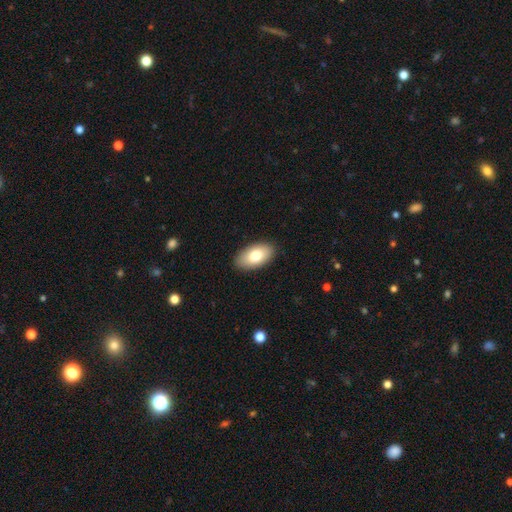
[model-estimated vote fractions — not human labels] Morphology: type=smooth (78%); roundness=in between (95%); merging=none (88%).